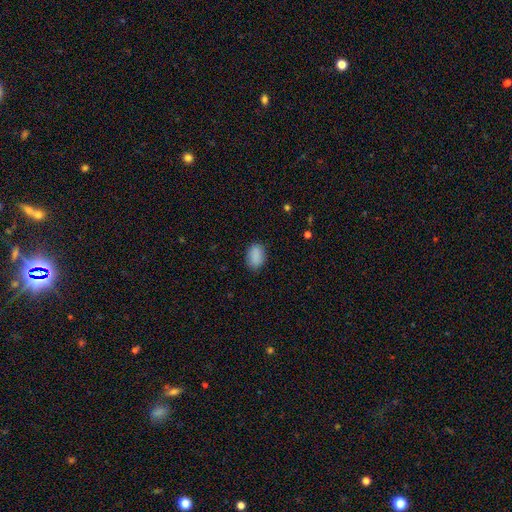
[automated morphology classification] The model was most divided on "merging": none: 84%, minor disturbance: 12%, major disturbance: 3%, merger: 1%. More confident: smooth or featured — smooth (89%); how rounded — in between (87%).